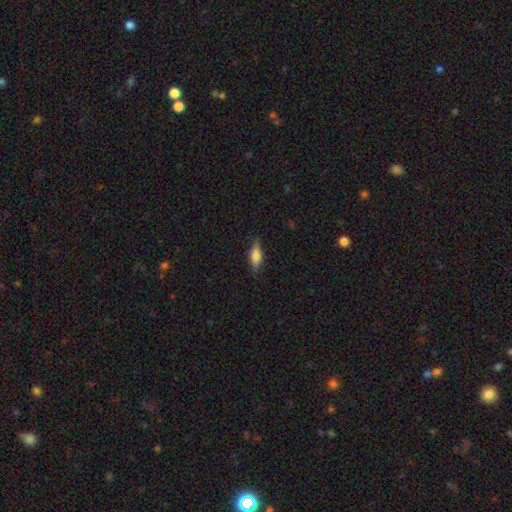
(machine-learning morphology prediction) A smooth galaxy with no disk features (72%) that is in between round and cigar-shaped (66%). Merging: none (78%).